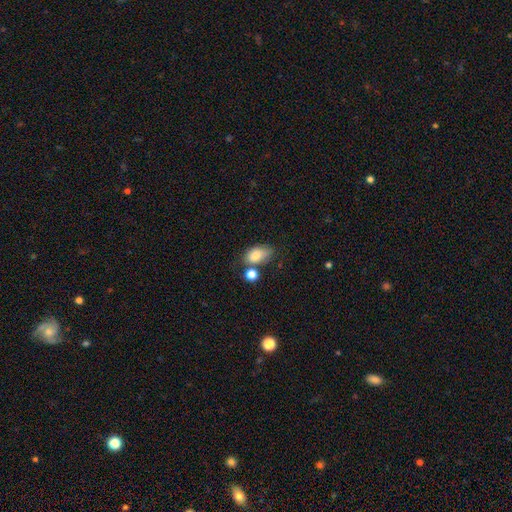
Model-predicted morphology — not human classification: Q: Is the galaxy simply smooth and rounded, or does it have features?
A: smooth — 81%.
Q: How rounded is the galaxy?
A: in between — 84%.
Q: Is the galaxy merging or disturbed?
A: none — 48%.